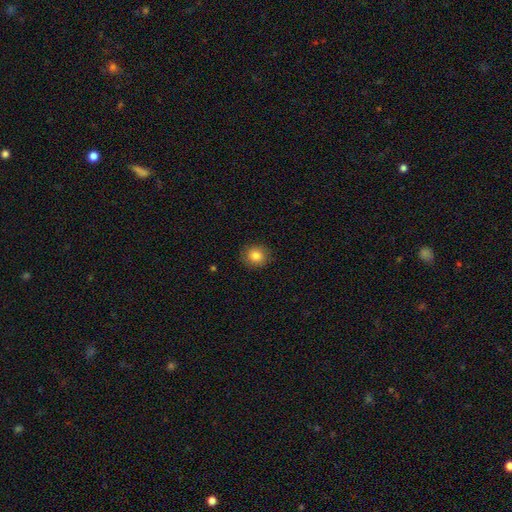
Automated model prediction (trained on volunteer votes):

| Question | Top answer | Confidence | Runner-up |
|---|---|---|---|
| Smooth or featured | smooth | 82% | star or artifact (10%) |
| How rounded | round | 78% | in between (21%) |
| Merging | none | 87% | minor disturbance (9%) |